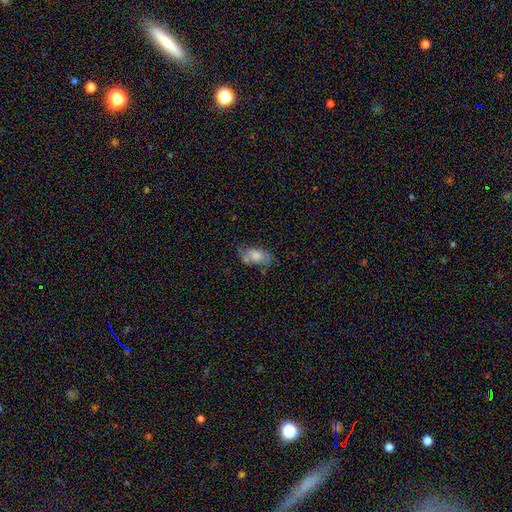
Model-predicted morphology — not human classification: smooth-or-featured: smooth: 69% | featured or disk: 23% | star or artifact: 8%
  how-rounded: in between: 91% | round: 5% | cigar-shaped: 4%
  merging: none: 50% | minor disturbance: 29% | major disturbance: 11% | merger: 9%